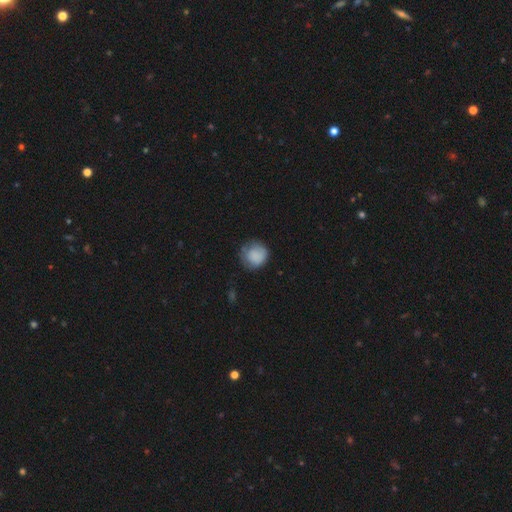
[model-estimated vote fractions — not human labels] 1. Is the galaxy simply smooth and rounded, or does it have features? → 82% smooth, 10% featured or disk, 8% star or artifact.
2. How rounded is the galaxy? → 88% round, 11% in between, 1% cigar-shaped.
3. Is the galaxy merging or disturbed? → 62% none, 27% minor disturbance, 9% major disturbance, 2% merger.